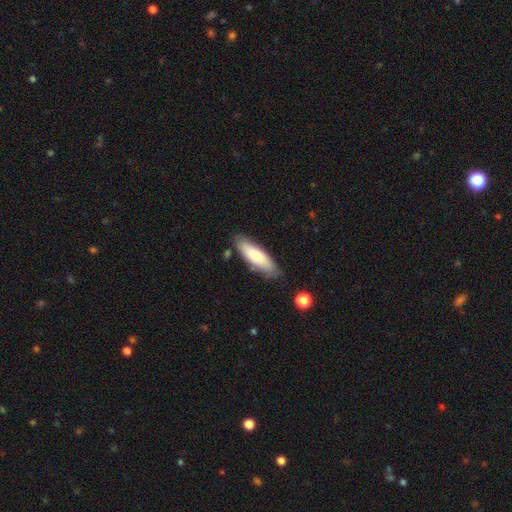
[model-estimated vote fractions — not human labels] Smooth or featured: smooth — 82% (featured or disk — 13%)
How rounded: cigar-shaped — 53% (in between — 45%)
Merging: none — 80% (minor disturbance — 14%)